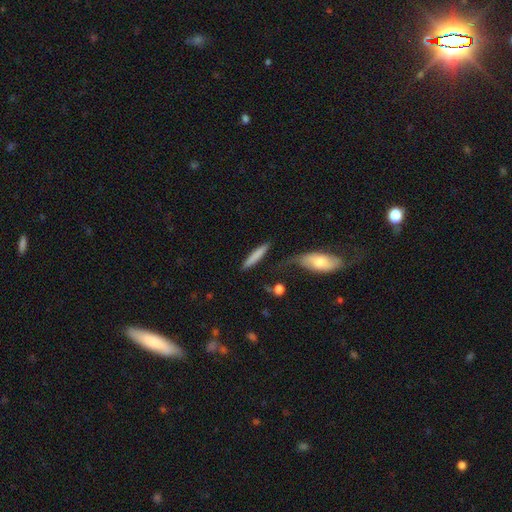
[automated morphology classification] This is likely a smooth galaxy (77%). How rounded: clearly cigar-shaped (88%). Merging: likely none (71%).